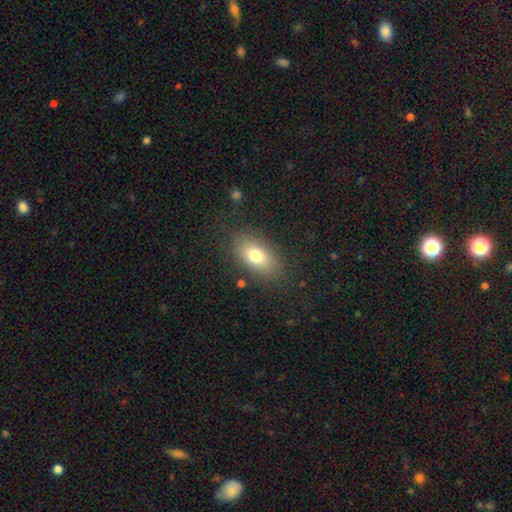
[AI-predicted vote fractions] Morphology: type=smooth (76%); roundness=in between (87%); merging=none (81%).